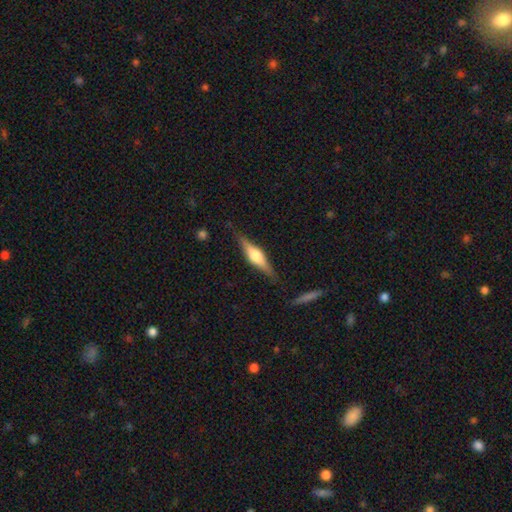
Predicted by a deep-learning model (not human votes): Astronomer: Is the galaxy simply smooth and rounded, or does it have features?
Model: featured or disk — 64%.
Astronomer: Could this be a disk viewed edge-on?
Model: yes — 96%.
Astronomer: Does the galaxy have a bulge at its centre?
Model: rounded — 91%.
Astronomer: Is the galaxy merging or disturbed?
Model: none — 85%.